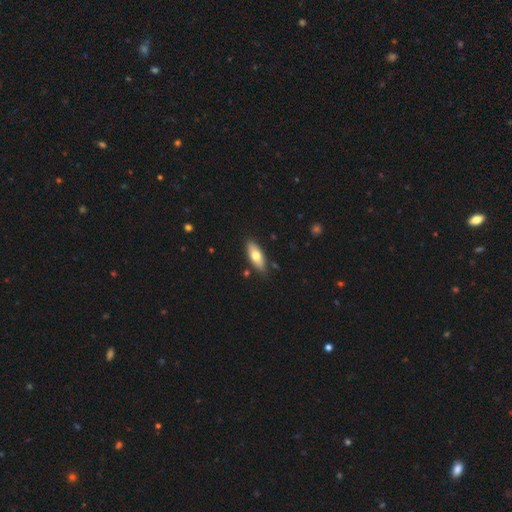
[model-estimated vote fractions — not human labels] Smooth or featured?
  - smooth: 67% *
  - featured or disk: 27%
  - star or artifact: 6%
How rounded?
  - in between: 76% *
  - cigar-shaped: 21%
  - round: 3%
Merging?
  - none: 85% *
  - minor disturbance: 11%
  - major disturbance: 2%
  - merger: 2%